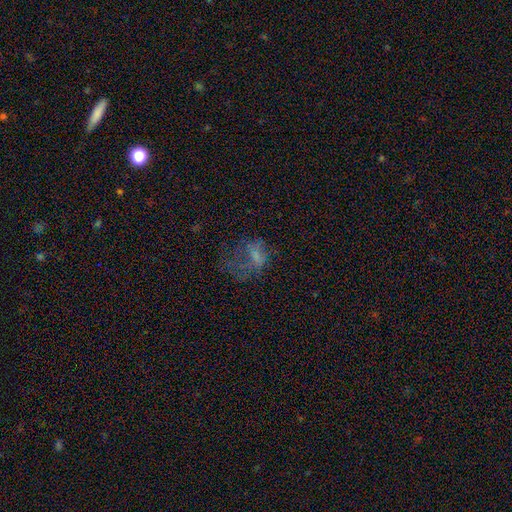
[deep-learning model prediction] The model was most divided on "smooth or featured": smooth: 43%, featured or disk: 37%, star or artifact: 21%. More confident: merging — major disturbance (53%).